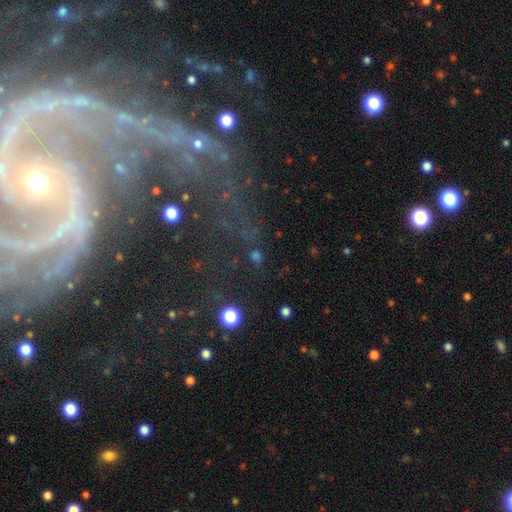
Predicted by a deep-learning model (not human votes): Q: Smooth or featured?
A: star or artifact (44%); tied with: smooth (44%)